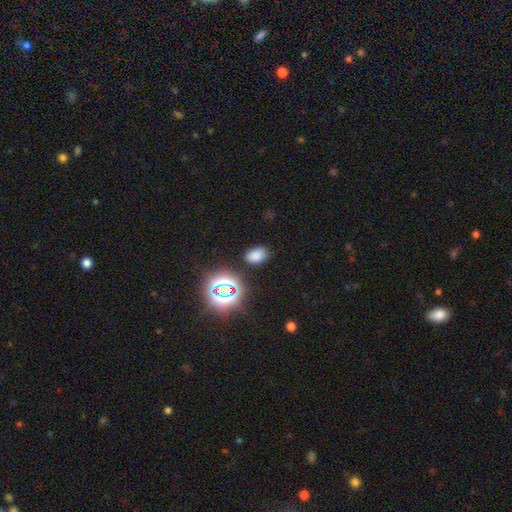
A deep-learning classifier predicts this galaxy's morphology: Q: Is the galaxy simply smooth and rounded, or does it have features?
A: smooth — 72%.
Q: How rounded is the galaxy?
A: in between — 84%.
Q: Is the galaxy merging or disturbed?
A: none — 84%.